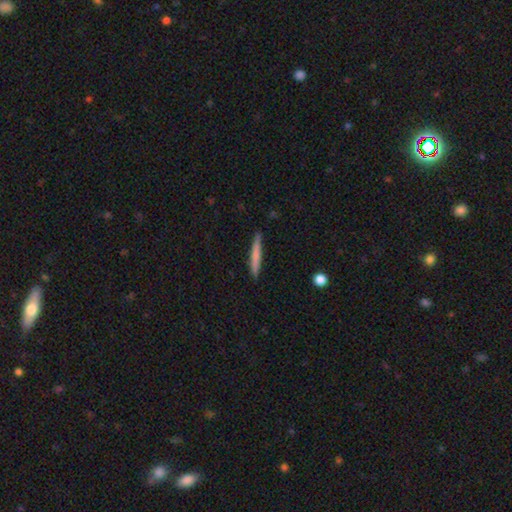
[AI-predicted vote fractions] Overall: smooth (70%). How rounded: cigar-shaped (96%). Merging: none (87%).